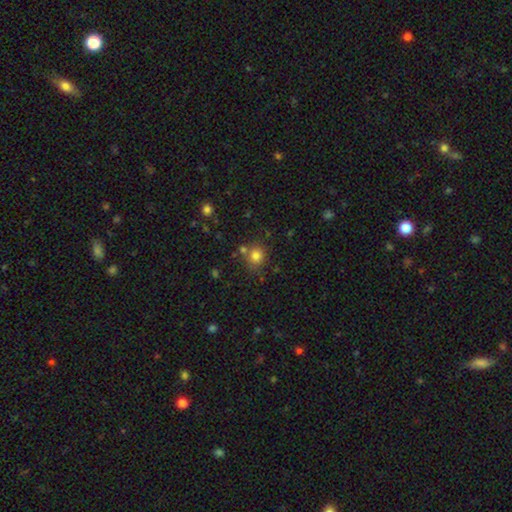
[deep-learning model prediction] Morphology: type=smooth (80%); roundness=round (85%); merging=none (73%).